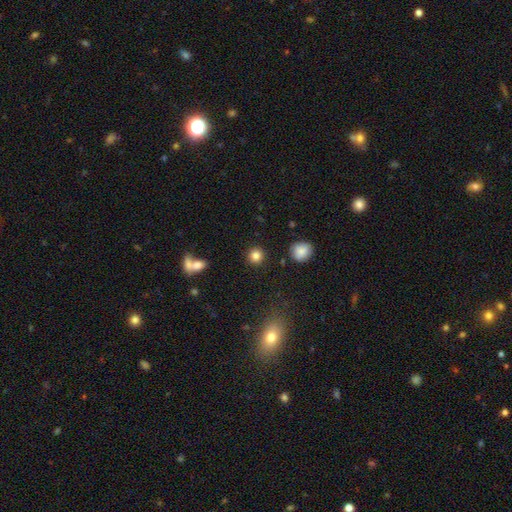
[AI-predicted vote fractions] This is clearly a smooth galaxy (84%). How rounded: clearly round (91%). Merging: clearly none (89%).